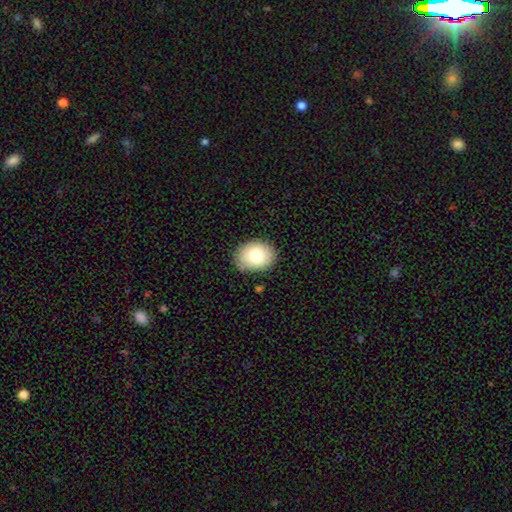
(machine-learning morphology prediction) This appears to be a smooth galaxy with no disk features (80%) that is in between round and cigar-shaped (63%). Merging: none (83%).